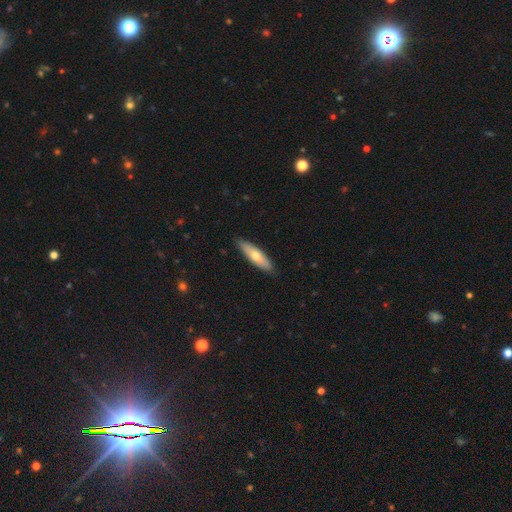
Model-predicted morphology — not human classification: smooth-or-featured: smooth: 63% | featured or disk: 31% | star or artifact: 5%
  how-rounded: cigar-shaped: 60% | in between: 38% | round: 2%
  merging: none: 86% | minor disturbance: 11% | major disturbance: 2% | merger: 1%